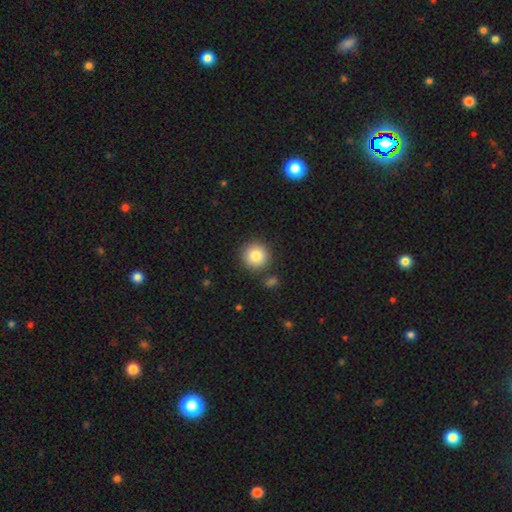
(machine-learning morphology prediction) type=smooth (83%); roundness=round (94%); merging=none (84%).